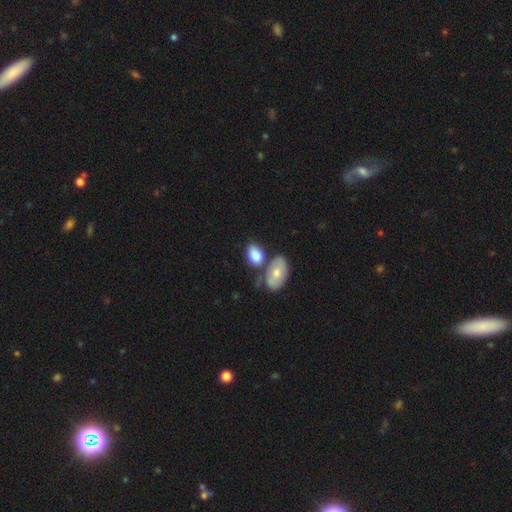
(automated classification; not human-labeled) Smooth or featured?
  - smooth: 80% *
  - featured or disk: 14%
  - star or artifact: 6%
How rounded?
  - in between: 88% *
  - round: 10%
  - cigar-shaped: 2%
Merging?
  - none: 48% *
  - merger: 28%
  - minor disturbance: 18%
  - major disturbance: 6%